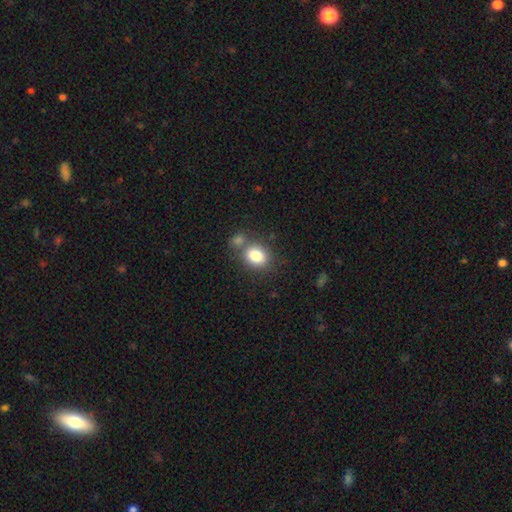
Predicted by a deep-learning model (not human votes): smooth-or-featured: smooth: 83% | star or artifact: 9% | featured or disk: 8%
  how-rounded: in between: 60% | round: 39% | cigar-shaped: 1%
  merging: none: 58% | merger: 24% | minor disturbance: 13% | major disturbance: 5%